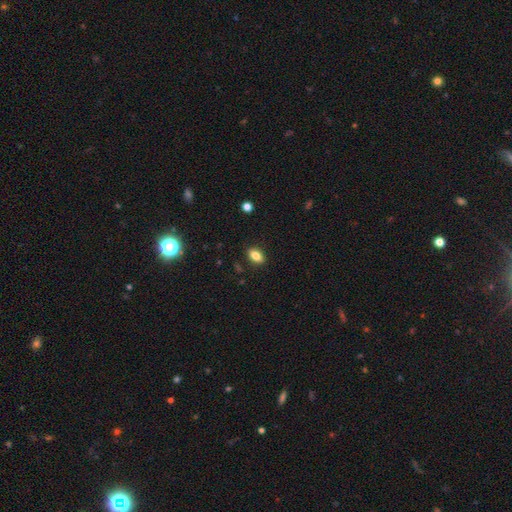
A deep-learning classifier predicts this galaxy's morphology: Smooth or featured?
  - smooth: 84% *
  - star or artifact: 9%
  - featured or disk: 7%
How rounded?
  - in between: 87% *
  - round: 9%
  - cigar-shaped: 4%
Merging?
  - none: 88% *
  - minor disturbance: 8%
  - major disturbance: 2%
  - merger: 1%